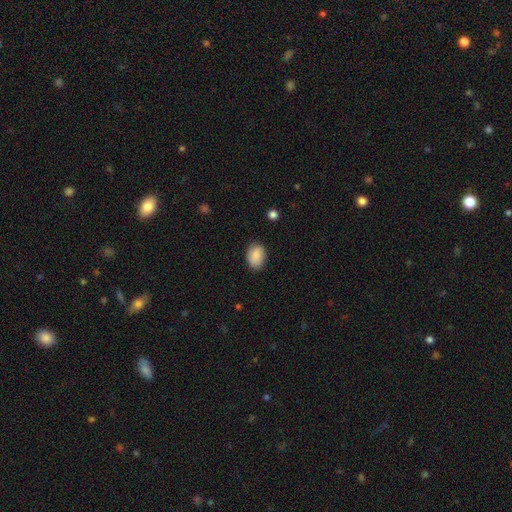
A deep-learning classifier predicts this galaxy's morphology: A smooth galaxy with no disk features (86%) that is in between round and cigar-shaped (77%).

Vote fractions:
- Smooth or featured? smooth: 86% / star or artifact: 7% / featured or disk: 7%
- How rounded? in between: 77% / round: 22% / cigar-shaped: 1%
- Merging? none: 80% / minor disturbance: 16% / major disturbance: 3% / merger: 1%